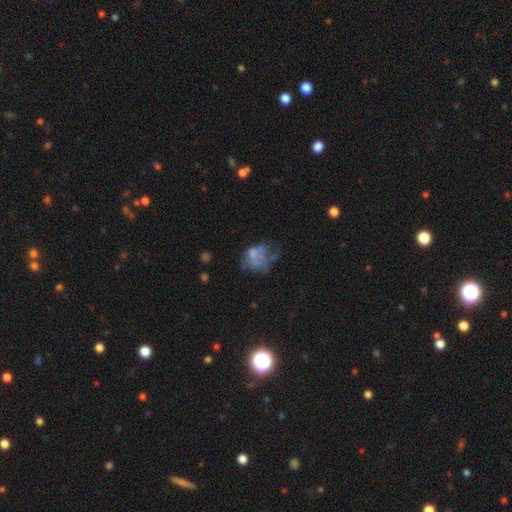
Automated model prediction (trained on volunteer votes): This is possibly a smooth galaxy (49%). Merging: marginally major disturbance (42%).